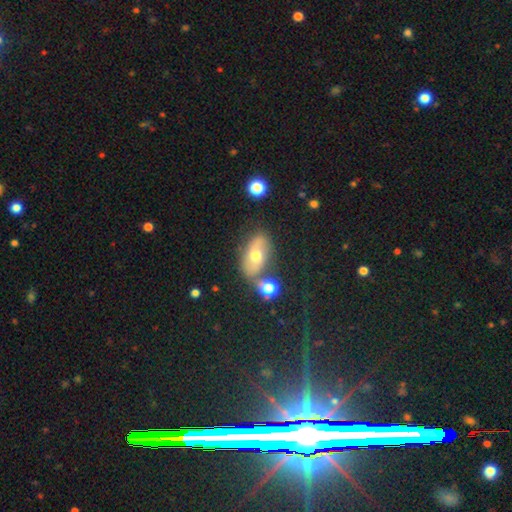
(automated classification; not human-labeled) Smooth or featured? smooth (49%)
Merging? none (61%)